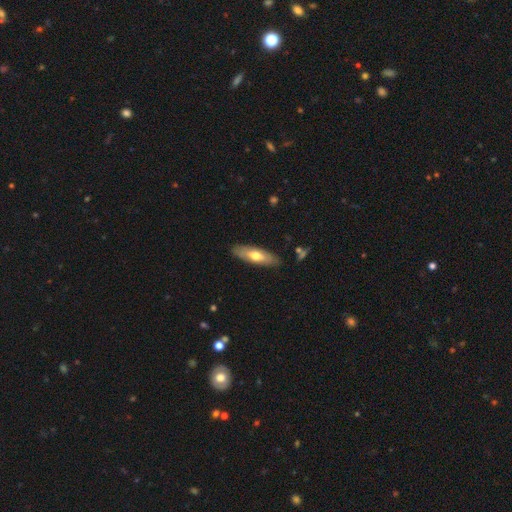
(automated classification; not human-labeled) smooth_or_featured: smooth (p=0.56) [alt: featured or disk p=0.38]
how_rounded: in between (p=0.52) [alt: cigar-shaped p=0.46]
merging: none (p=0.87) [alt: minor disturbance p=0.10]